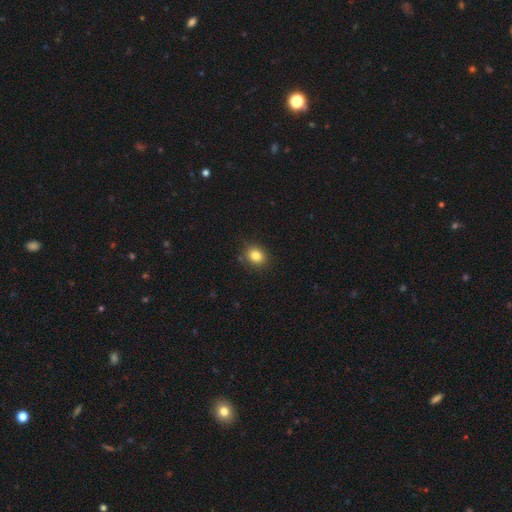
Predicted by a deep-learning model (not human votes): Morphology: type=smooth (83%); roundness=round (62%); merging=none (85%).